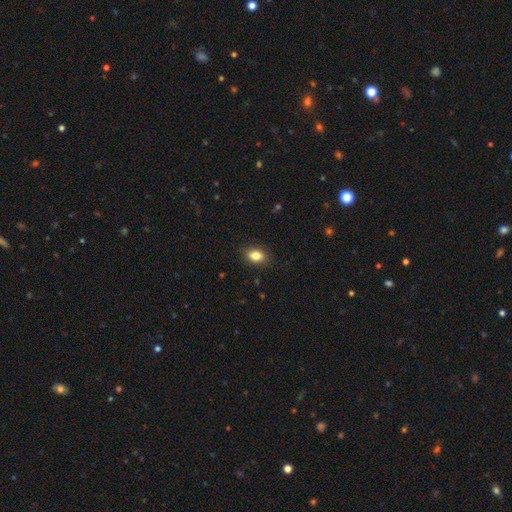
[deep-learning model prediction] Smooth or featured? smooth (84%)
How rounded? in between (80%)
Merging? none (88%)